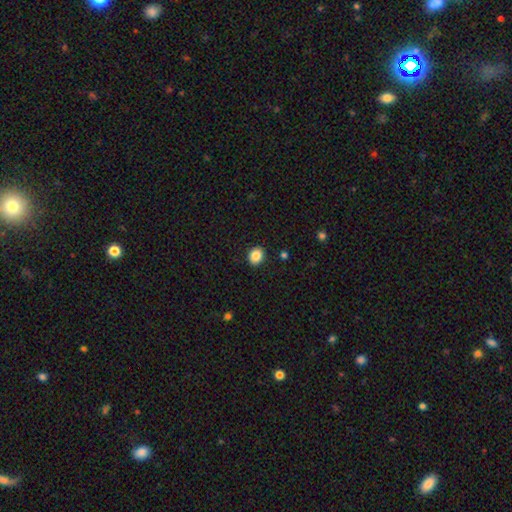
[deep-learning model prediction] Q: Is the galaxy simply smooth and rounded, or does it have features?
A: smooth — 86%.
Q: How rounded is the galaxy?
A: round — 61%.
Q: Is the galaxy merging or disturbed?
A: none — 91%.